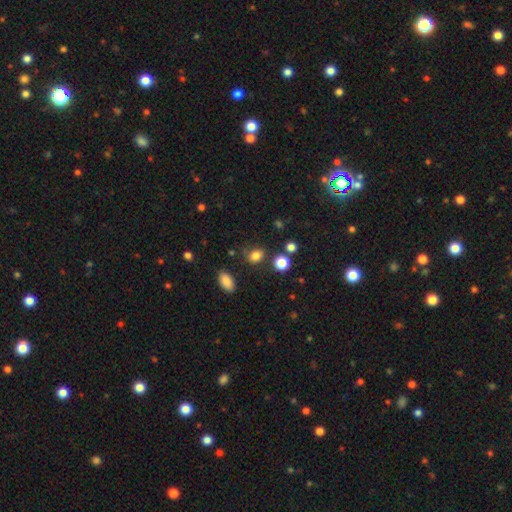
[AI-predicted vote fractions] A smooth galaxy with no disk features (82%) that is in between round and cigar-shaped (50%).

Vote fractions:
- Smooth or featured? smooth: 82% / star or artifact: 13% / featured or disk: 5%
- How rounded? in between: 50% / round: 49% / cigar-shaped: 1%
- Merging? none: 75% / minor disturbance: 14% / merger: 6% / major disturbance: 5%